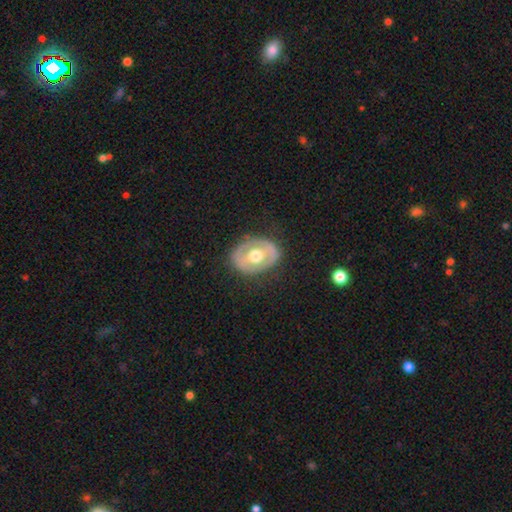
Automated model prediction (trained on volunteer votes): smooth-or-featured: featured or disk: 58% | smooth: 36% | star or artifact: 6%
  disk-edge-on: no: 93% | yes: 7%
    bar: no: 63% | weak: 24% | strong: 13%
    has-spiral-arms: no: 78% | yes: 22%
    bulge-size: moderate: 75% | large: 15% | small: 8% | dominant: 1% | none: 1%
  merging: none: 79% | minor disturbance: 15% | major disturbance: 5% | merger: 1%